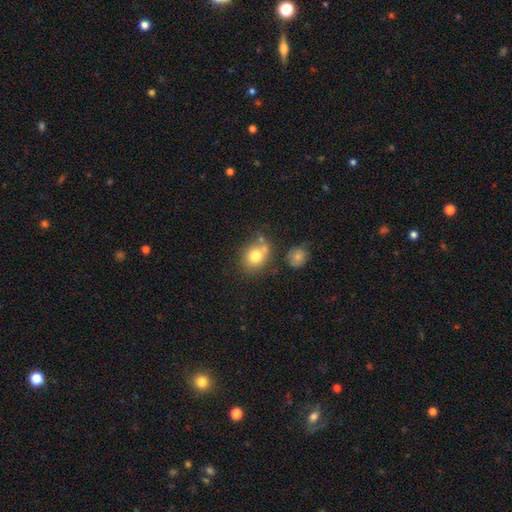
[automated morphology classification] This is likely a smooth galaxy (77%). How rounded: likely round (64%). Merging: possibly none (57%).